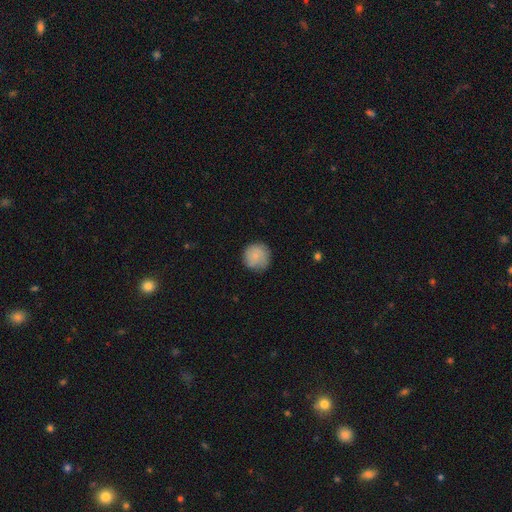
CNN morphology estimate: Smooth or featured? smooth (75%)
How rounded? round (93%)
Merging? none (77%)